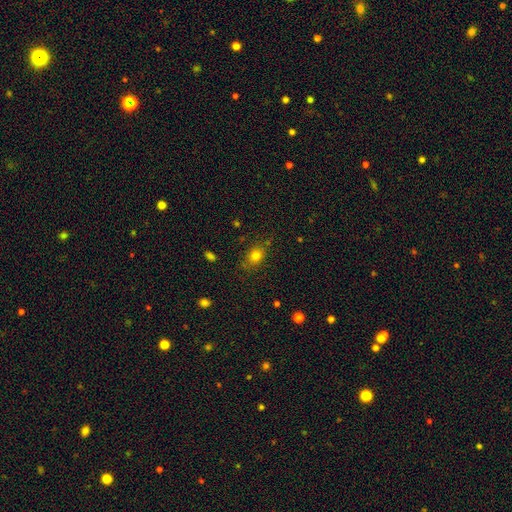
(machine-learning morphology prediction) Smooth or featured? Predicted: smooth (p=0.77). How rounded? Predicted: in between (p=0.57). Merging? Predicted: none (p=0.77).